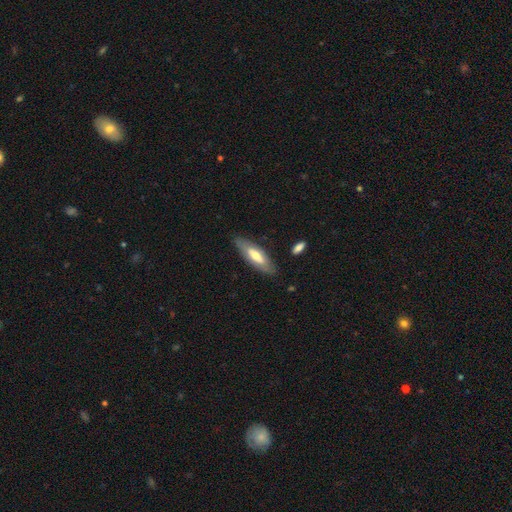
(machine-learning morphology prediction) Smooth or featured: featured or disk — 48% (smooth — 47%)
Merging: none — 81% (minor disturbance — 13%)